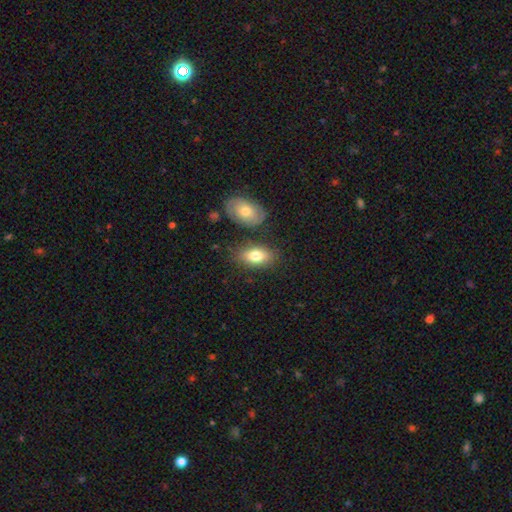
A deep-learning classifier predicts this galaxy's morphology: Q: Smooth or featured?
A: smooth (77%); runner-up: featured or disk (16%)
Q: How rounded?
A: in between (90%); runner-up: round (7%)
Q: Merging?
A: none (75%); runner-up: minor disturbance (13%)